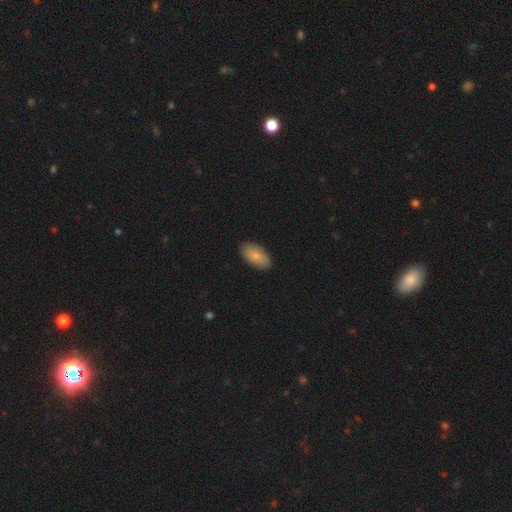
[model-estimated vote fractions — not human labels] A smooth galaxy with no disk features (80%) that is in between round and cigar-shaped (94%).

Vote fractions:
- Smooth or featured? smooth: 80% / featured or disk: 14% / star or artifact: 6%
- How rounded? in between: 94% / round: 3% / cigar-shaped: 2%
- Merging? none: 88% / minor disturbance: 9% / major disturbance: 2% / merger: 1%